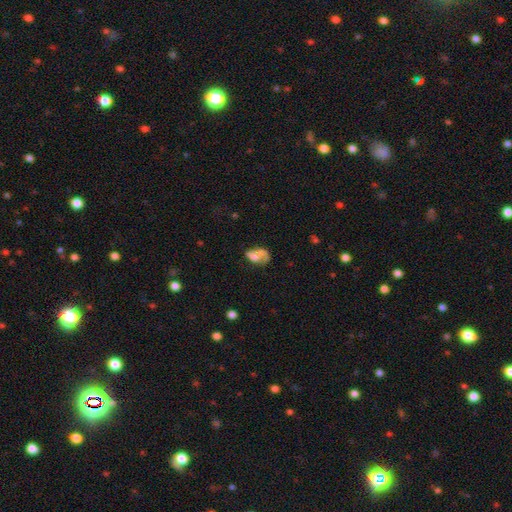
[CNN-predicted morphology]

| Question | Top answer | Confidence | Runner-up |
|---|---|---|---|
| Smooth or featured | smooth | 50% | featured or disk (38%) |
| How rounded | in between | 78% | round (20%) |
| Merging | merger | 47% | major disturbance (20%) |